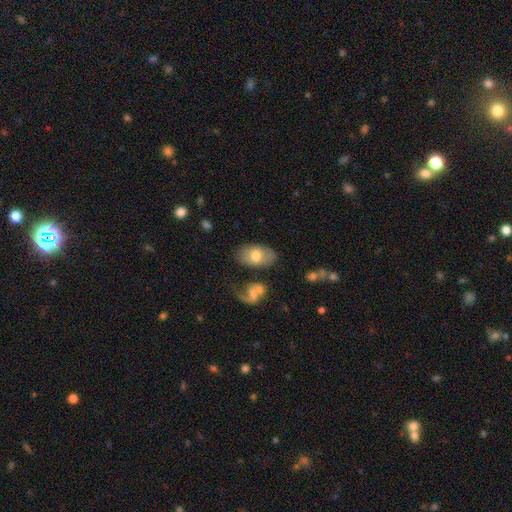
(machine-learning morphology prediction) The model was most divided on "smooth or featured": smooth: 64%, featured or disk: 30%, star or artifact: 7%. More confident: how rounded — in between (90%); merging — none (68%).